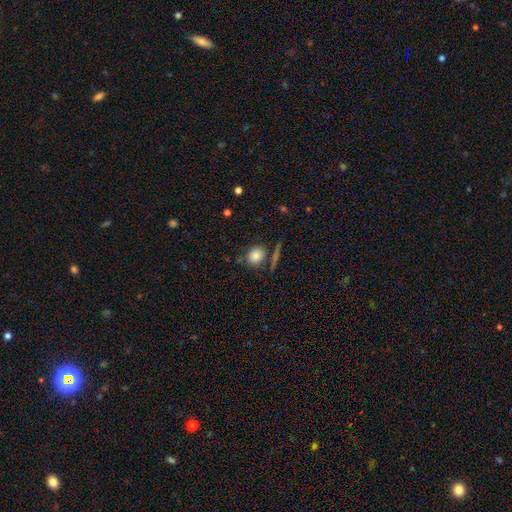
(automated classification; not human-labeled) Smooth or featured: smooth — 83% (star or artifact — 10%)
How rounded: round — 74% (in between — 24%)
Merging: none — 74% (minor disturbance — 12%)